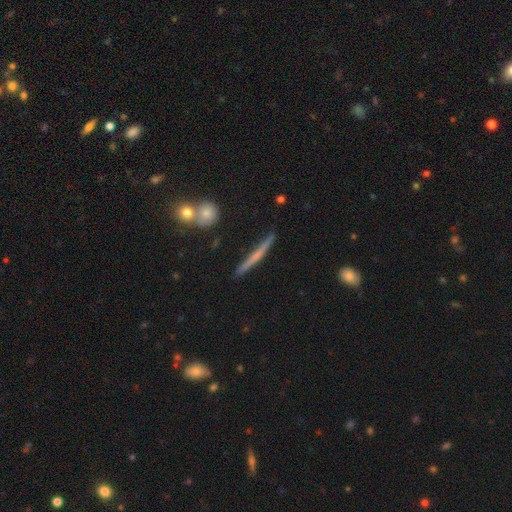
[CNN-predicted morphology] The model was most divided on "smooth or featured": featured or disk: 57%, smooth: 36%, star or artifact: 6%. More confident: edge-on disk — yes (97%); merging — none (88%); edge-on bulge — none (67%).